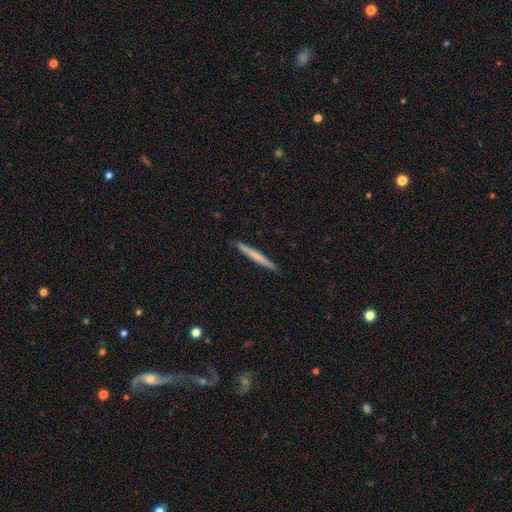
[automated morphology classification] This is possibly a smooth galaxy (58%). How rounded: clearly cigar-shaped (97%). Merging: clearly none (91%).